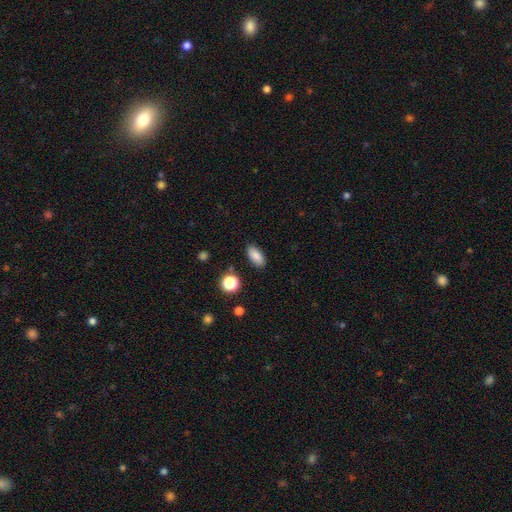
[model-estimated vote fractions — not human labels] A smooth galaxy with no disk features (85%) that is in between round and cigar-shaped (88%). Merging: none (87%).